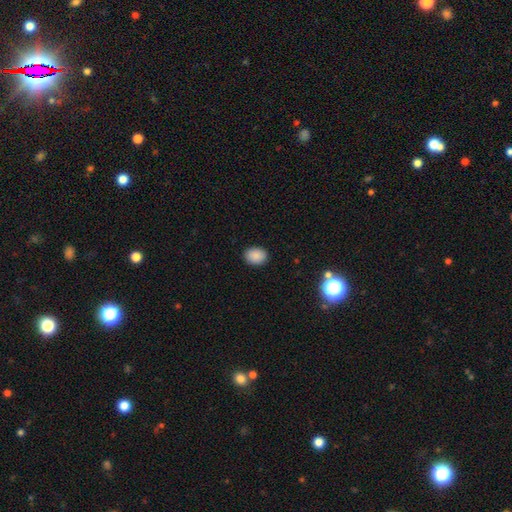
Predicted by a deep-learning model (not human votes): Smooth or featured? smooth (88%)
How rounded? in between (64%)
Merging? none (89%)